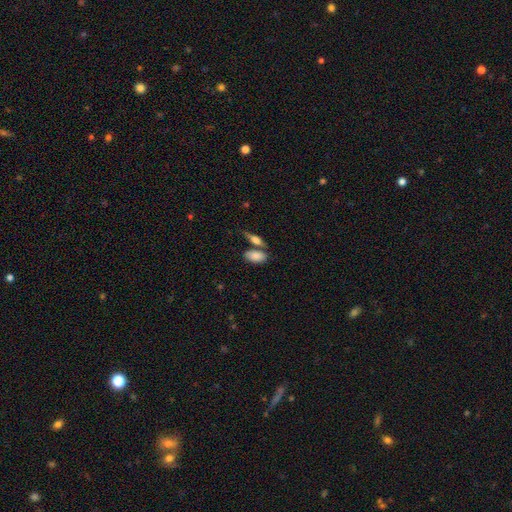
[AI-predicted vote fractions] This is clearly a smooth galaxy (83%). How rounded: clearly in between (90%). Merging: possibly none (52%).